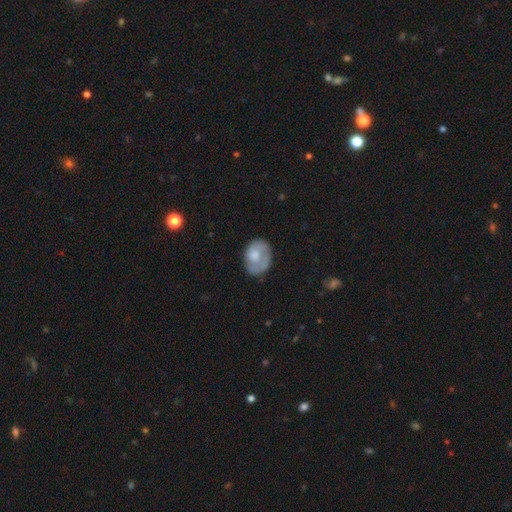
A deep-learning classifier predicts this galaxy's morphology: This is possibly a smooth galaxy (56%). How rounded: likely in between (65%). Merging: possibly none (55%).